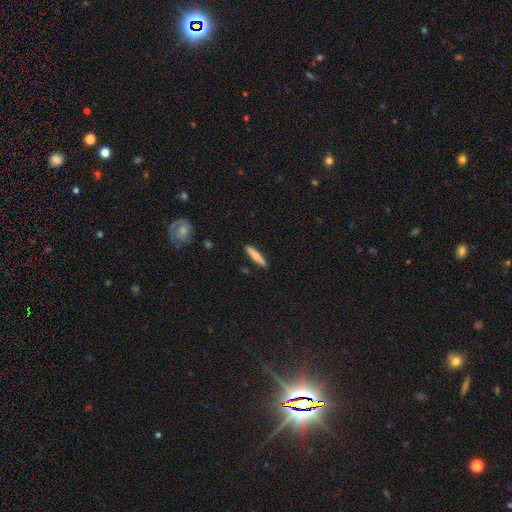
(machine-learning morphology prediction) This appears to be a smooth galaxy with no disk features (72%) that is cigar-shaped (88%). Merging: none (89%).